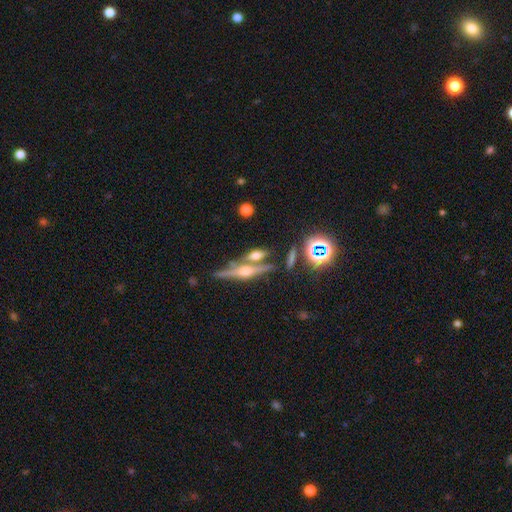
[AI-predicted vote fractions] Q: Smooth or featured?
A: featured or disk (56%); runner-up: smooth (30%)
Q: Edge-on disk?
A: yes (89%); runner-up: no (11%)
Q: Merging?
A: none (60%); runner-up: merger (24%)